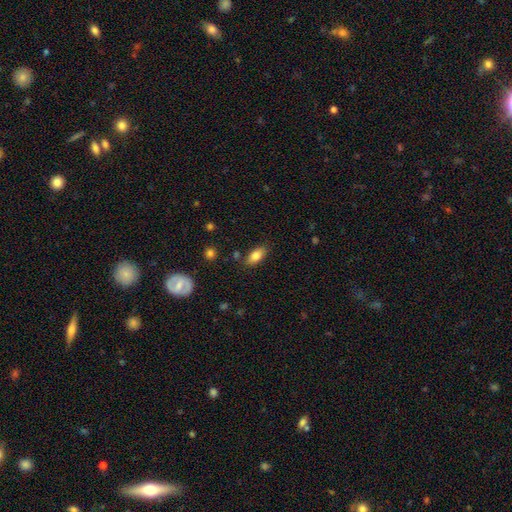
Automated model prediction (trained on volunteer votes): smooth_or_featured: smooth (p=0.82) [alt: featured or disk p=0.10]
how_rounded: in between (p=0.88) [alt: cigar-shaped p=0.08]
merging: none (p=0.80) [alt: minor disturbance p=0.13]